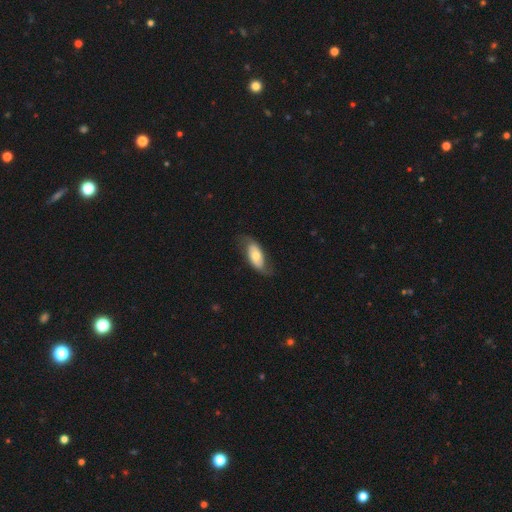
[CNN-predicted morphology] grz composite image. It shows a smooth galaxy with no disk features (48%). Merging: none (68%).